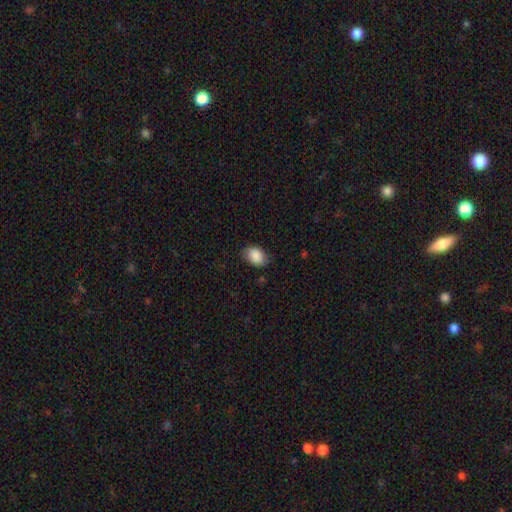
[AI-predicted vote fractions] Smooth or featured: smooth — 89% (star or artifact — 7%)
How rounded: in between — 80% (round — 19%)
Merging: none — 79% (minor disturbance — 16%)